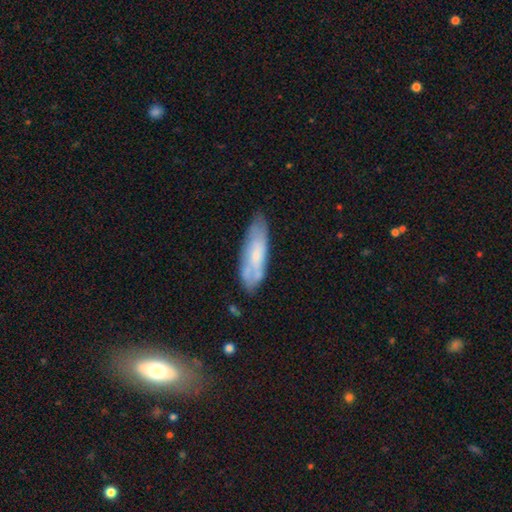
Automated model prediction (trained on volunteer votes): This appears to be a smooth galaxy with no disk features (52%) that is cigar-shaped (50%). Merging: none (66%).